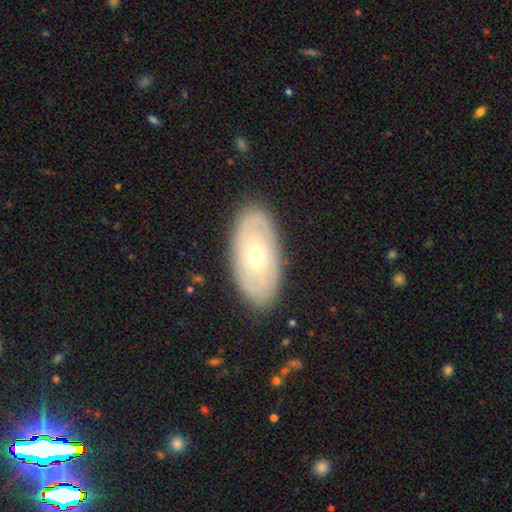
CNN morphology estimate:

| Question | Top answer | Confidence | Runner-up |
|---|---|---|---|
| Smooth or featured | featured or disk | 57% | smooth (37%) |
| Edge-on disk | no | 88% | yes (12%) |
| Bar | no | 75% | weak (20%) |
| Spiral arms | yes | 52% | no (48%) |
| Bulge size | moderate | 49% | small (48%) |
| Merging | none | 86% | minor disturbance (10%) |